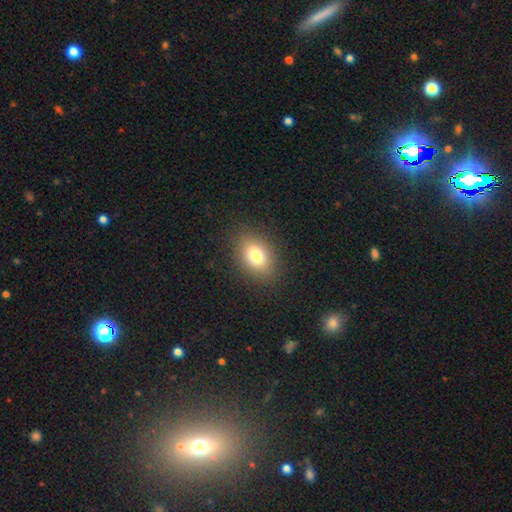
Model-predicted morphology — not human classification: smooth-or-featured: smooth: 79% | star or artifact: 11% | featured or disk: 10%
  how-rounded: in between: 75% | round: 24% | cigar-shaped: 1%
  merging: none: 87% | minor disturbance: 8% | major disturbance: 3% | merger: 1%